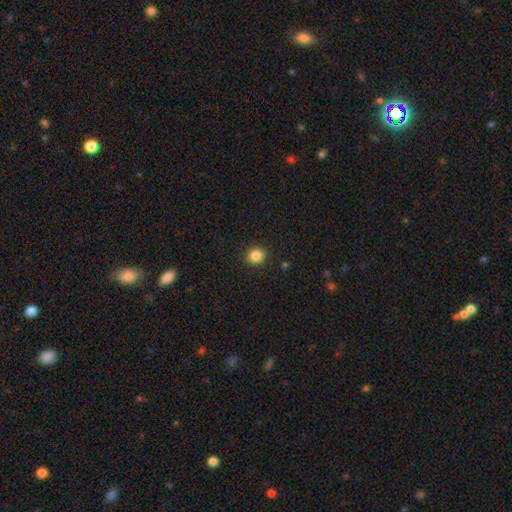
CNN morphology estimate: Overall: smooth (86%). How rounded: round (83%). Merging: none (92%).